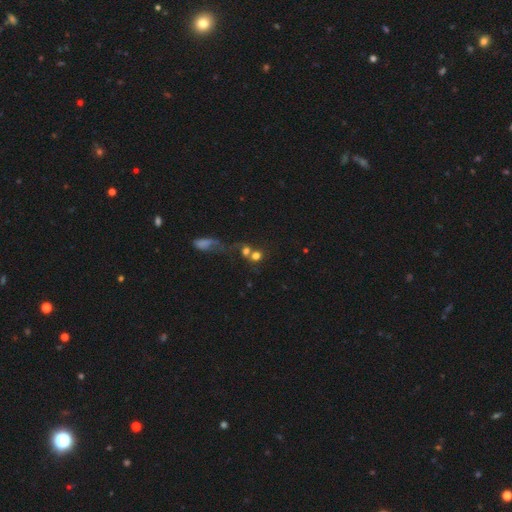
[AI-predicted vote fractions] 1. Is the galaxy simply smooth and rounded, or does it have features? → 68% smooth, 17% star or artifact, 15% featured or disk.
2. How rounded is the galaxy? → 80% round, 18% in between, 2% cigar-shaped.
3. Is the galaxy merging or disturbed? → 49% merger, 33% none, 10% major disturbance, 8% minor disturbance.